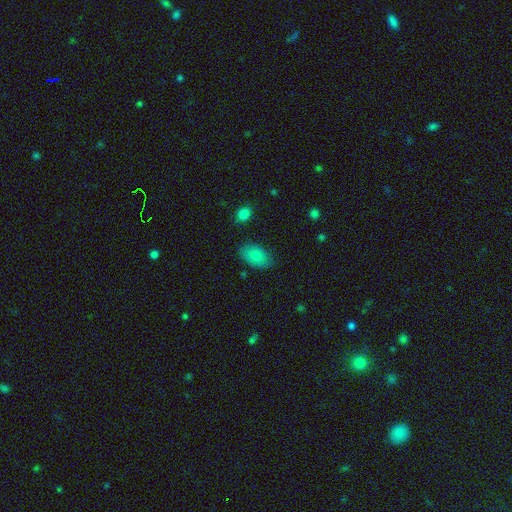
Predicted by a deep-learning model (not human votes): smooth-or-featured: smooth: 82% | featured or disk: 10% | star or artifact: 7%
  how-rounded: in between: 92% | round: 7% | cigar-shaped: 2%
  merging: none: 79% | minor disturbance: 15% | major disturbance: 4% | merger: 2%